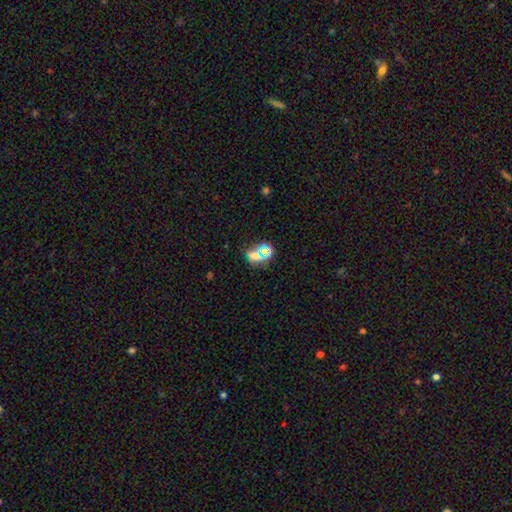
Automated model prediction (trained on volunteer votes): Smooth or featured? star or artifact (46%)